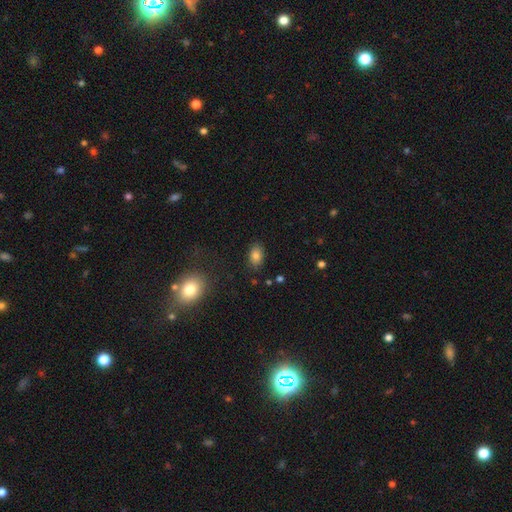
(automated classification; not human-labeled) Smooth or featured? smooth (82%)
How rounded? in between (85%)
Merging? none (85%)